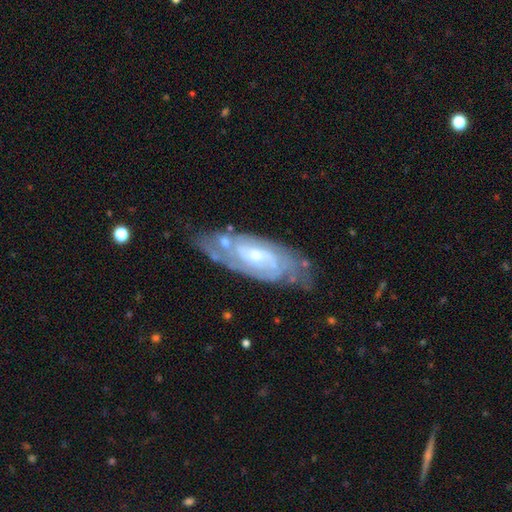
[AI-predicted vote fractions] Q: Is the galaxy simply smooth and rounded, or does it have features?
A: featured or disk — 85%.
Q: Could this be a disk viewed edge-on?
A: no — 91%.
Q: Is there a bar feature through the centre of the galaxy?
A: no — 47%.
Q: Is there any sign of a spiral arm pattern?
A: yes — 94%.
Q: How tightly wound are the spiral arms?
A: tight — 59%.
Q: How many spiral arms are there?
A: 2 — 43%.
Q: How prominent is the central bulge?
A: small — 52%.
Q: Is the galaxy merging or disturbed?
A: none — 67%.